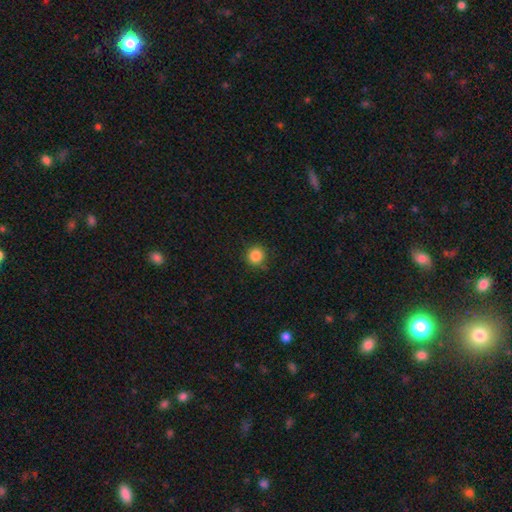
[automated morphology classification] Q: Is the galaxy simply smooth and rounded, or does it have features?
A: smooth — 85%.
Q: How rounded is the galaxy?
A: round — 93%.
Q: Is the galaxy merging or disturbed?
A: none — 87%.